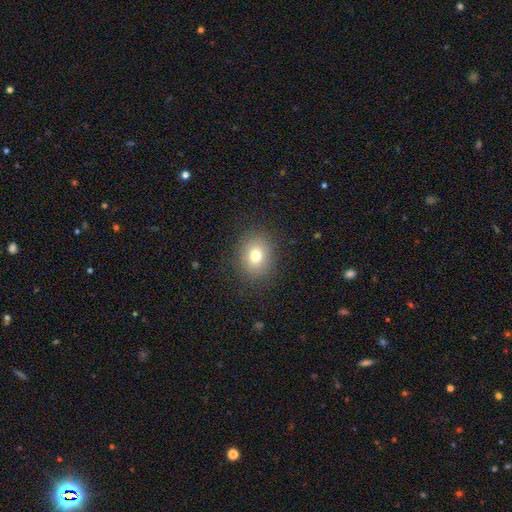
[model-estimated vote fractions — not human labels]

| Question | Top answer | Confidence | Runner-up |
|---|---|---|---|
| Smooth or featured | smooth | 76% | star or artifact (13%) |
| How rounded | round | 64% | in between (35%) |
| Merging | none | 87% | minor disturbance (8%) |